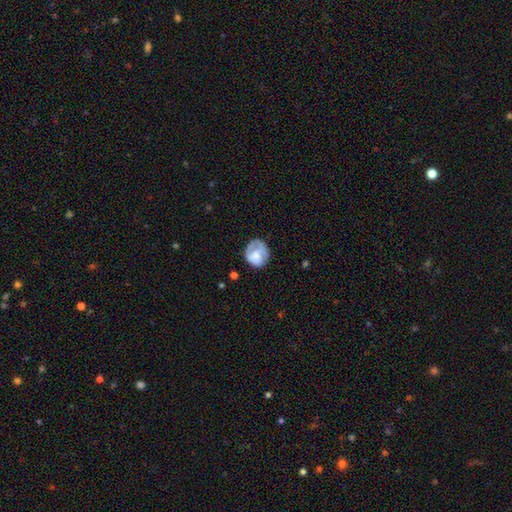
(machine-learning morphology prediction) The model was most divided on "smooth or featured": smooth: 56%, featured or disk: 37%, star or artifact: 7%. More confident: how rounded — round (68%); merging — none (52%).